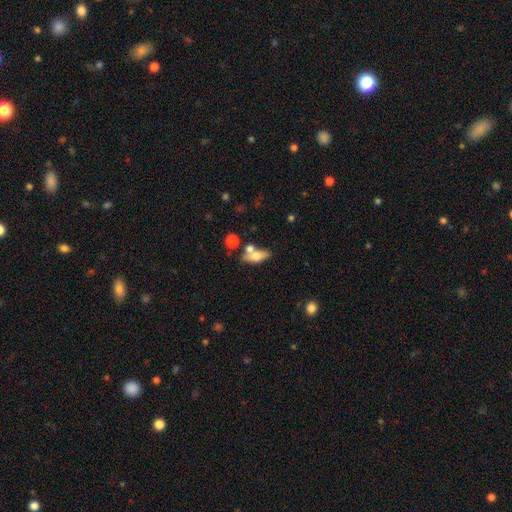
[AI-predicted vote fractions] smooth 66%, featured or disk 26%, star or artifact 8%. Down the decision tree: how rounded — in between (72%); merging — none (55%).